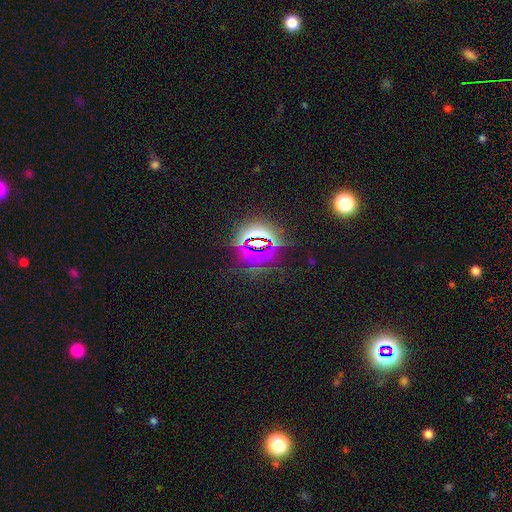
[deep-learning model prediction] star or artifact 81%, smooth 10%, featured or disk 8%.